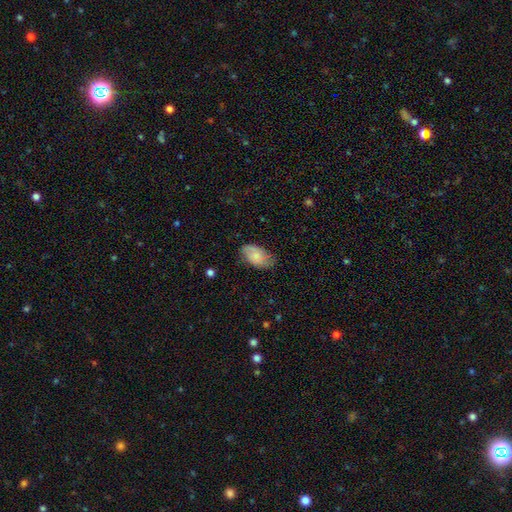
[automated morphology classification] This is likely a smooth galaxy (71%). How rounded: clearly in between (93%). Merging: likely none (67%).